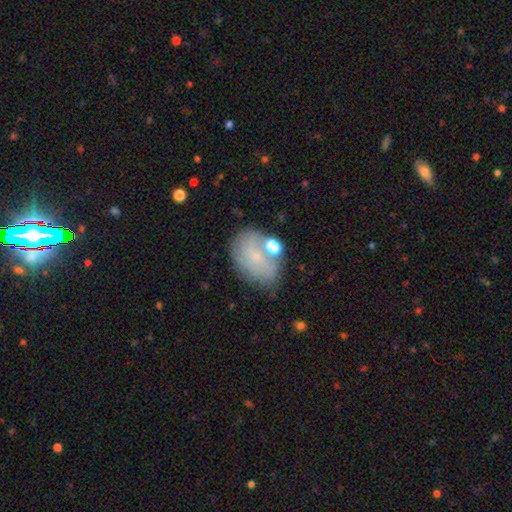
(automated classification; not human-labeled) Morphology: type=smooth (51%); roundness=in between (76%); merging=none (51%).